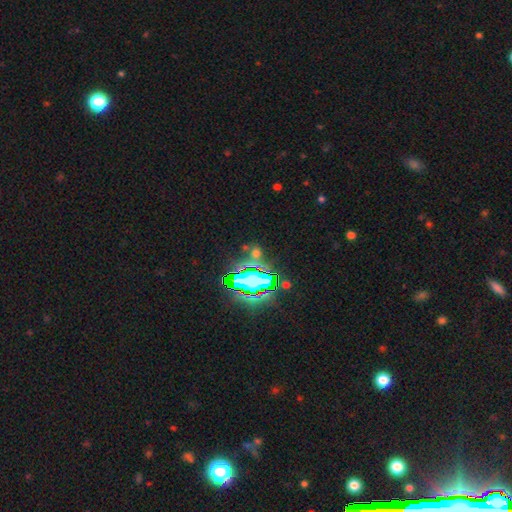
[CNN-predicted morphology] star or artifact 74%, smooth 14%, featured or disk 12%.